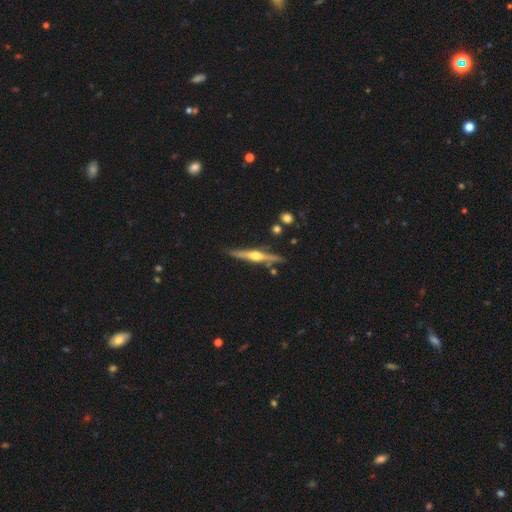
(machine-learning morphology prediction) This is likely a featured or disk galaxy (76%). It is clearly viewed edge-on (98%). Edge-on bulge: clearly rounded (93%). Merging: clearly none (84%).